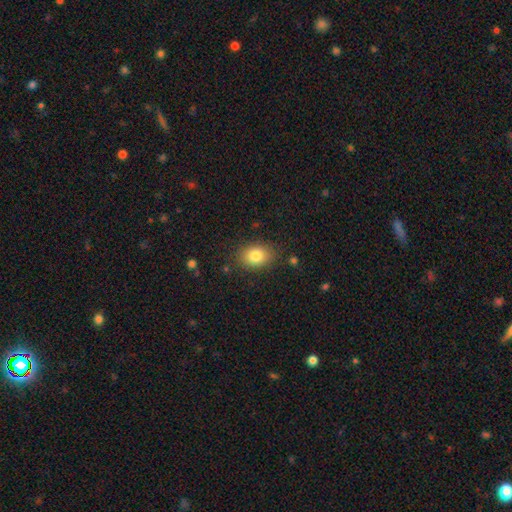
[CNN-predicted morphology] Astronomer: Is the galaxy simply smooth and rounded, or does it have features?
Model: smooth — 83%.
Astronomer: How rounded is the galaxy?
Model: in between — 72%.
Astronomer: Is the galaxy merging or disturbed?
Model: none — 84%.